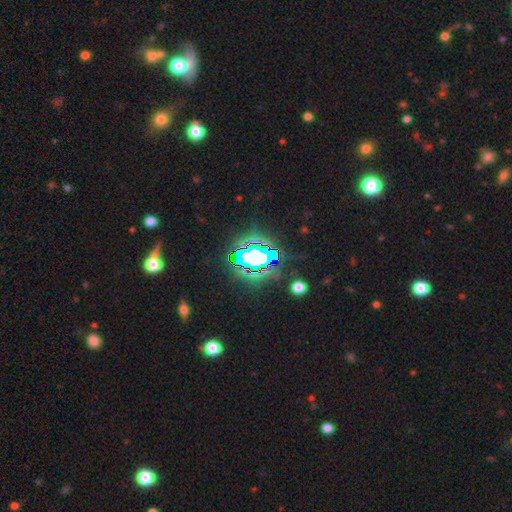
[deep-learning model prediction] star or artifact 66%, smooth 18%, featured or disk 16%.